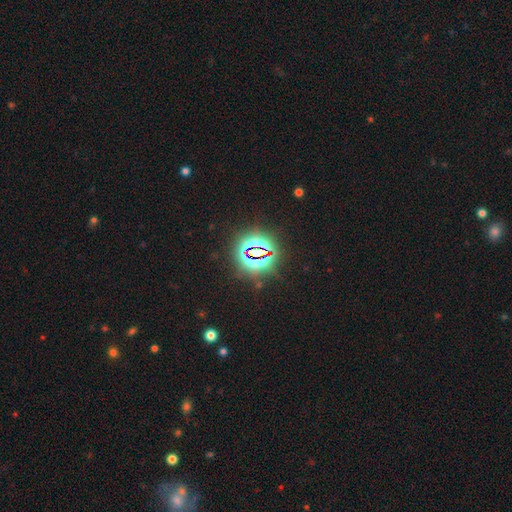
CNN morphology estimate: Smooth or featured? Predicted: star or artifact (p=0.81).